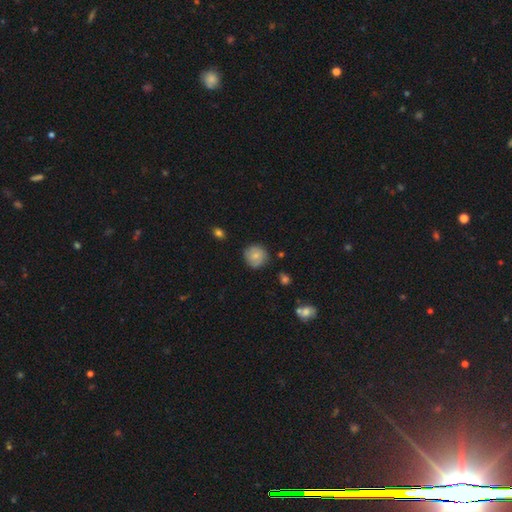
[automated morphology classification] Smooth or featured? smooth (73%)
How rounded? round (90%)
Merging? none (78%)